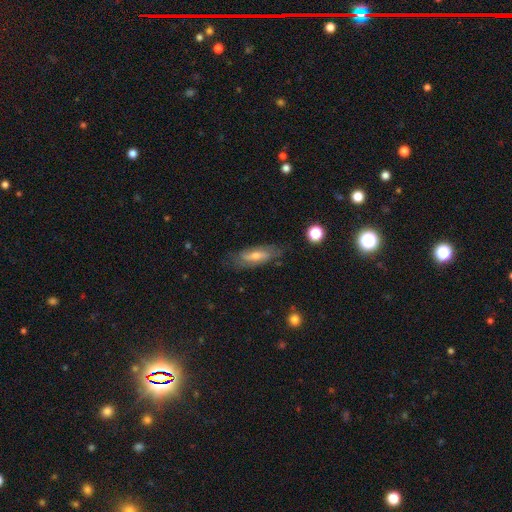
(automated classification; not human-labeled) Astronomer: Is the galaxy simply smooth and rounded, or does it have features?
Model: featured or disk — 51% (runner-up: smooth, 41%).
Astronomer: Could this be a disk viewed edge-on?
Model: no — 69%.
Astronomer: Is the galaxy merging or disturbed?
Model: none — 76%.